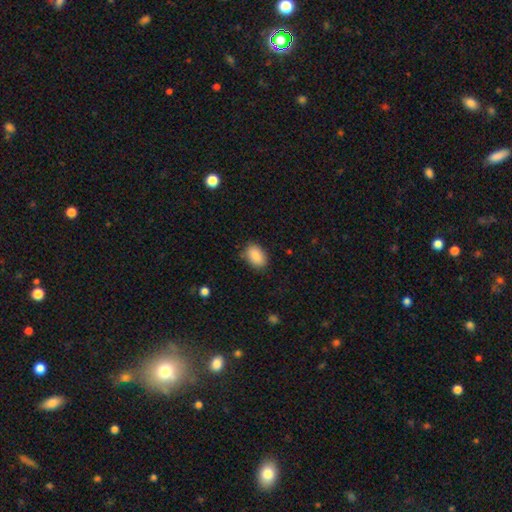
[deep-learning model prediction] smooth-or-featured: smooth: 87% | star or artifact: 7% | featured or disk: 6%
  how-rounded: in between: 87% | round: 12% | cigar-shaped: 1%
  merging: none: 80% | minor disturbance: 15% | major disturbance: 3% | merger: 1%